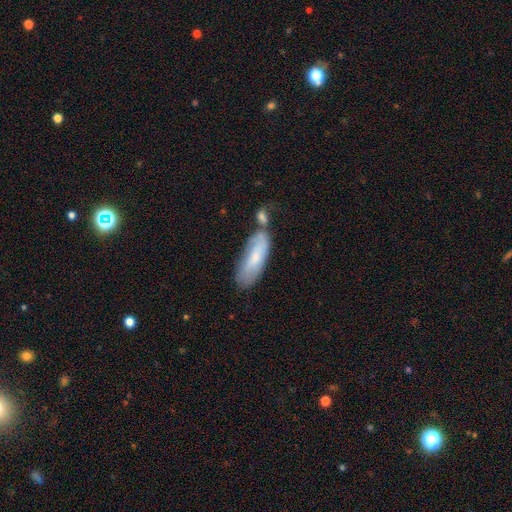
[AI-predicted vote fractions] Q: Smooth or featured?
A: smooth (63%); runner-up: featured or disk (30%)
Q: How rounded?
A: in between (63%); runner-up: cigar-shaped (35%)
Q: Merging?
A: none (41%); runner-up: merger (30%)